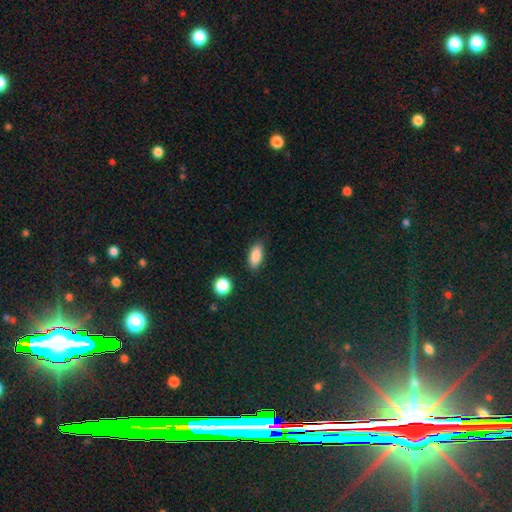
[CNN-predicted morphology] This appears to be a smooth galaxy with no disk features (87%) that is in between round and cigar-shaped (86%). Merging: none (84%).